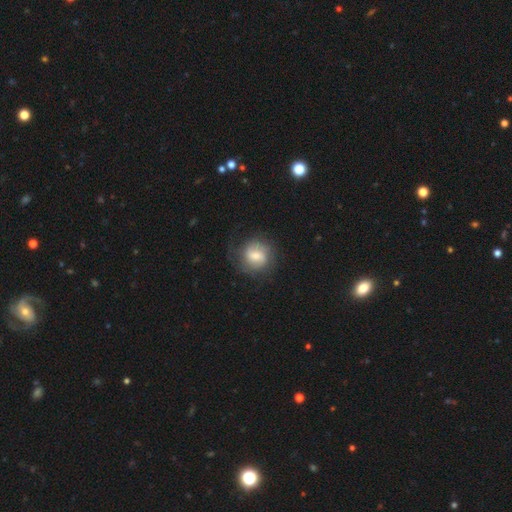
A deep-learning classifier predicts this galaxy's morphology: smooth_or_featured: smooth (p=0.56) [alt: featured or disk p=0.36]
how_rounded: round (p=0.81) [alt: in between p=0.18]
merging: none (p=0.70) [alt: minor disturbance p=0.18]